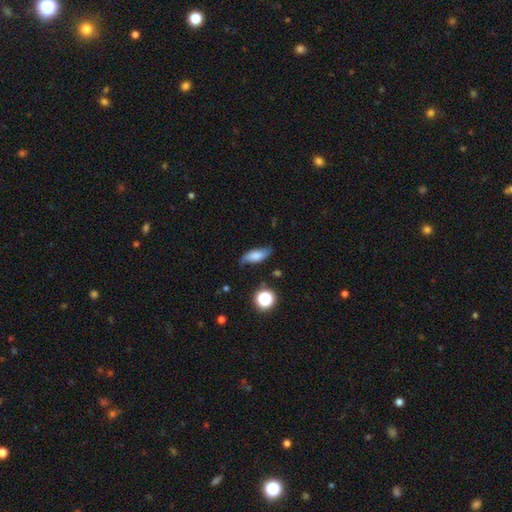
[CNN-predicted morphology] The model was most divided on "how rounded": in between: 69%, cigar-shaped: 26%, round: 5%. More confident: merging — none (75%); smooth or featured — smooth (73%).